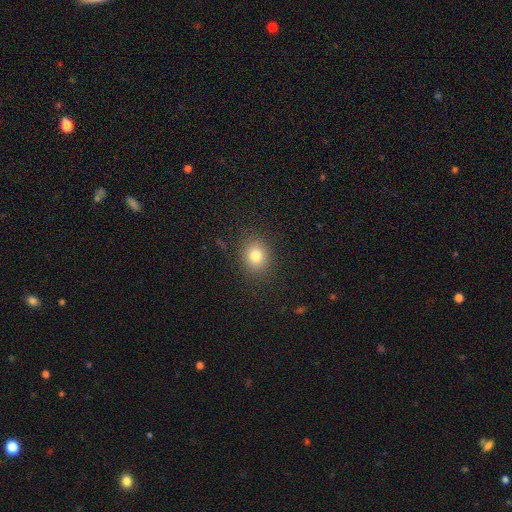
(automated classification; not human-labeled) Smooth or featured: smooth — 79% (star or artifact — 13%)
How rounded: round — 62% (in between — 37%)
Merging: none — 87% (minor disturbance — 8%)